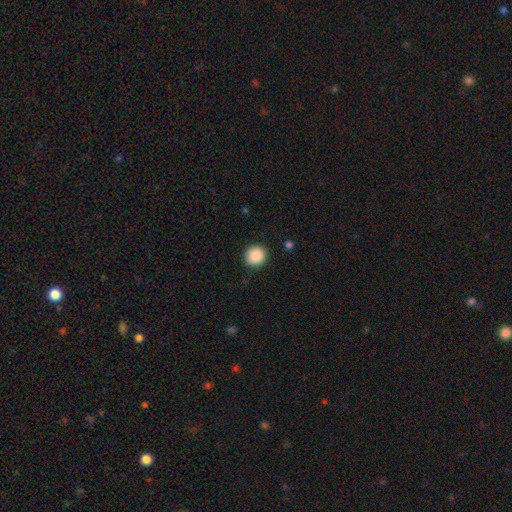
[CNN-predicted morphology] smooth_or_featured: smooth (p=0.89) [alt: star or artifact p=0.08]
how_rounded: round (p=0.93) [alt: in between p=0.06]
merging: none (p=0.90) [alt: minor disturbance p=0.07]